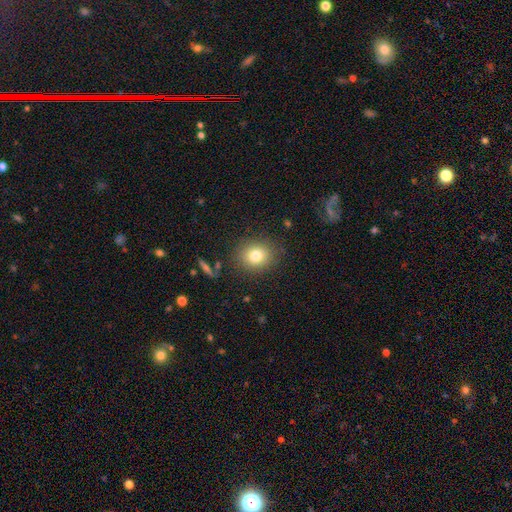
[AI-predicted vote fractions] Morphology: type=smooth (78%); roundness=round (71%); merging=none (85%).